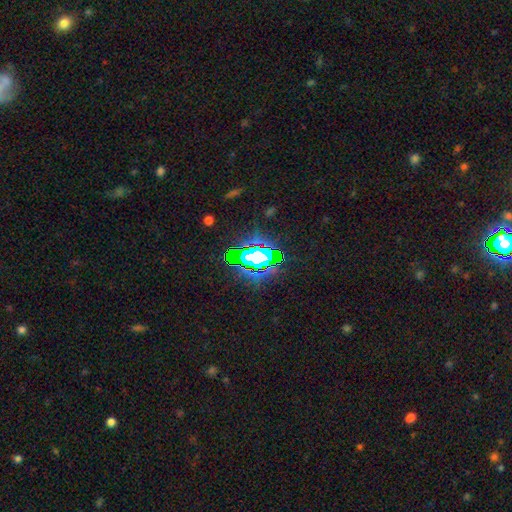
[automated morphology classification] Smooth or featured? star or artifact (66%)